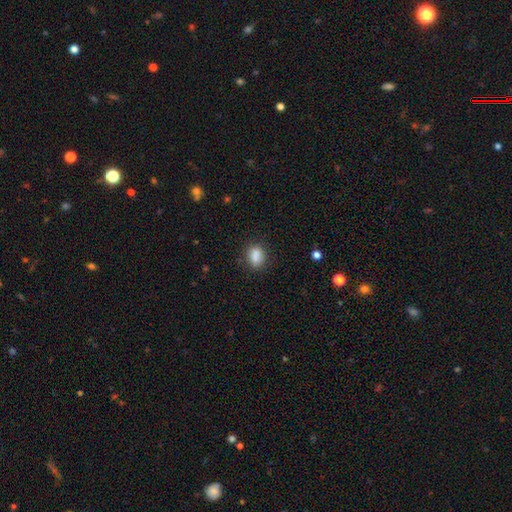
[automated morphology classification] Smooth or featured? smooth (86%)
How rounded? in between (71%)
Merging? none (80%)